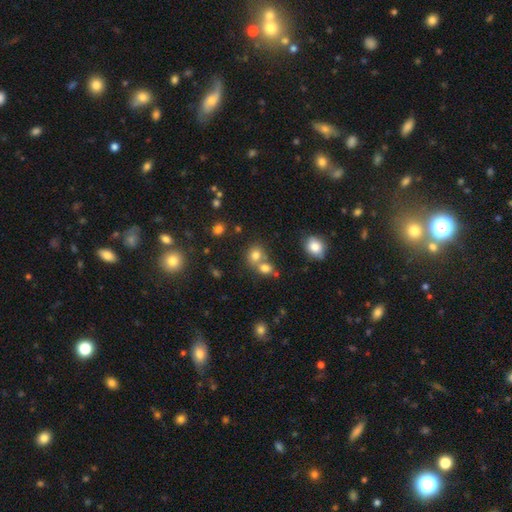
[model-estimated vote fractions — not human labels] smooth-or-featured: smooth: 75% | star or artifact: 15% | featured or disk: 10%
  how-rounded: round: 70% | in between: 29% | cigar-shaped: 1%
  merging: merger: 48% | none: 40% | minor disturbance: 8% | major disturbance: 4%